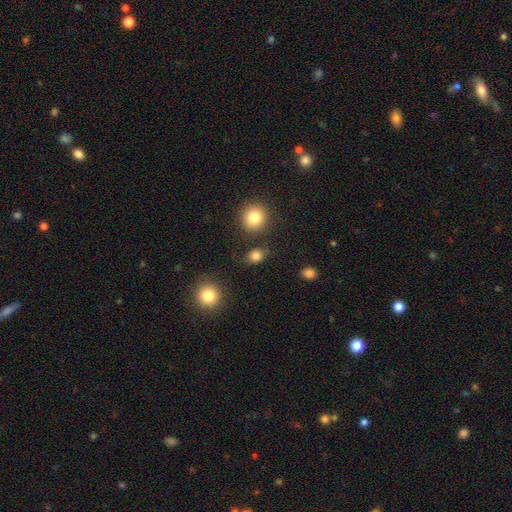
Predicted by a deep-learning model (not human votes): Q: Smooth or featured?
A: smooth (82%); runner-up: star or artifact (12%)
Q: How rounded?
A: round (62%); runner-up: in between (37%)
Q: Merging?
A: none (78%); runner-up: minor disturbance (12%)